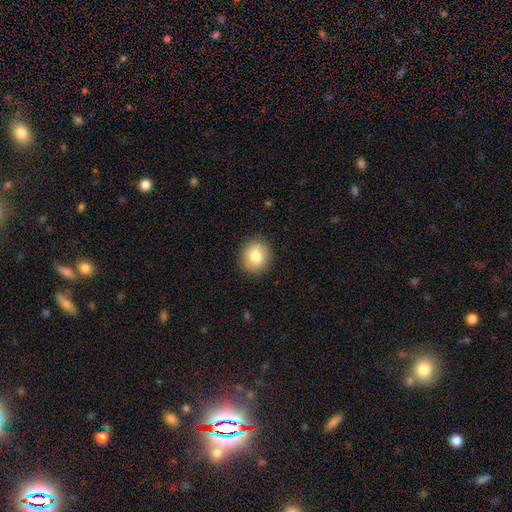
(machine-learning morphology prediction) smooth_or_featured: smooth (p=0.82) [alt: featured or disk p=0.10]
how_rounded: round (p=0.76) [alt: in between p=0.23]
merging: none (p=0.89) [alt: minor disturbance p=0.08]